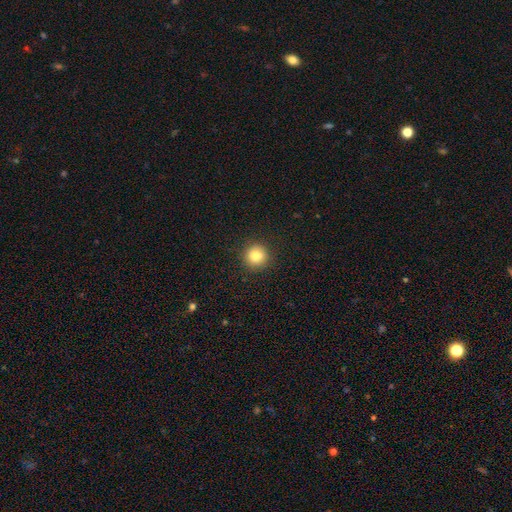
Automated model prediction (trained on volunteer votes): smooth-or-featured: smooth: 84% | star or artifact: 10% | featured or disk: 6%
  how-rounded: round: 94% | in between: 5% | cigar-shaped: 1%
  merging: none: 91% | minor disturbance: 6% | major disturbance: 2% | merger: 1%